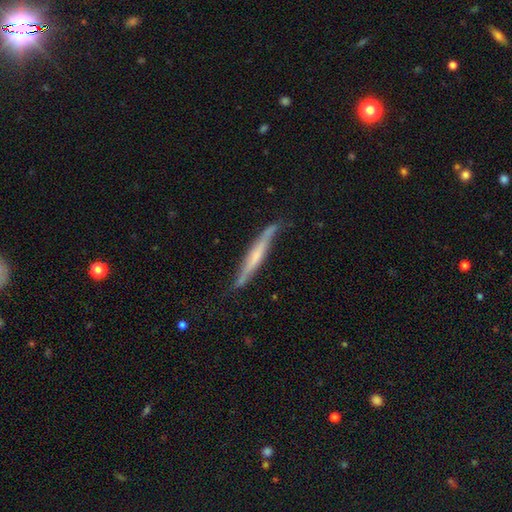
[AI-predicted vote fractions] featured or disk 64%, smooth 30%, star or artifact 6%. Down the decision tree: edge-on disk — yes (90%); edge-on bulge — none (46%); merging — none (69%).